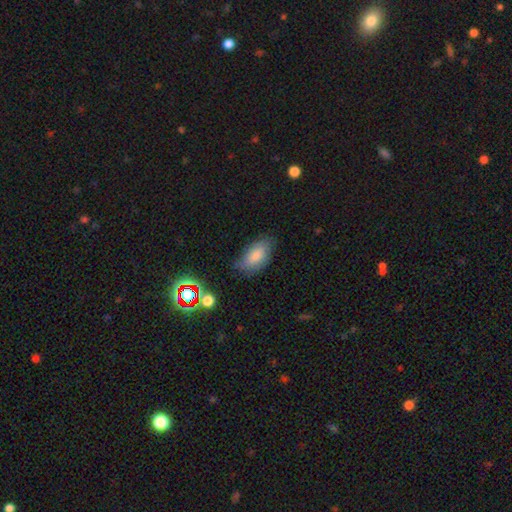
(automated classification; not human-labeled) A smooth galaxy with no disk features (79%) that is in between round and cigar-shaped (92%). Merging: none (62%).